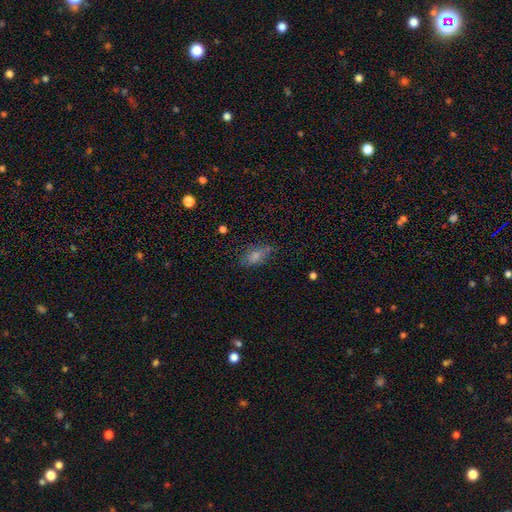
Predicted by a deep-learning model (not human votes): Q: Smooth or featured?
A: smooth (76%); runner-up: featured or disk (13%)
Q: How rounded?
A: in between (84%); runner-up: cigar-shaped (11%)
Q: Merging?
A: none (69%); runner-up: minor disturbance (22%)